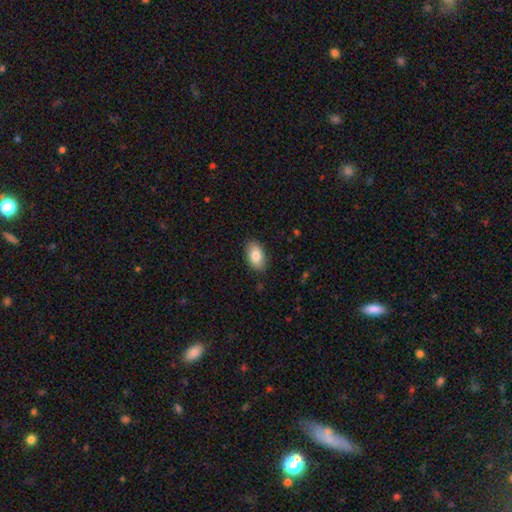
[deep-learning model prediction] Smooth or featured?
  - smooth: 82% *
  - featured or disk: 11%
  - star or artifact: 7%
How rounded?
  - in between: 92% *
  - round: 7%
  - cigar-shaped: 1%
Merging?
  - none: 86% *
  - minor disturbance: 10%
  - major disturbance: 2%
  - merger: 1%